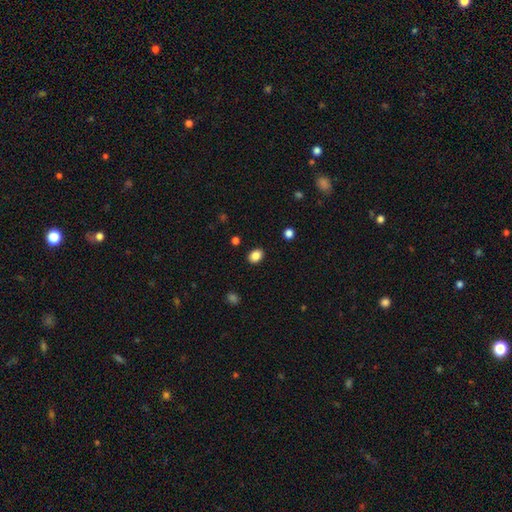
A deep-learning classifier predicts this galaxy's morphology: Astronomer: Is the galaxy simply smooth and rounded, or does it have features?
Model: smooth — 86%.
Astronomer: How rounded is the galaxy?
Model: in between — 68%.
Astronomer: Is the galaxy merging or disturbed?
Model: none — 88%.